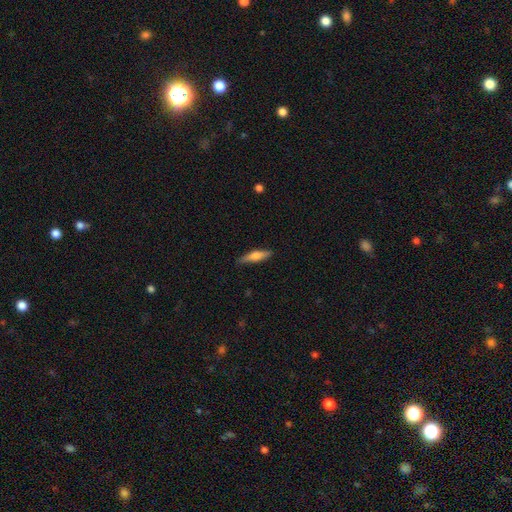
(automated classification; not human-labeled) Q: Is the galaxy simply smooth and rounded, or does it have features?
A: smooth — 60%.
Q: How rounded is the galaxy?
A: cigar-shaped — 77%.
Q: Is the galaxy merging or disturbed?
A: none — 84%.